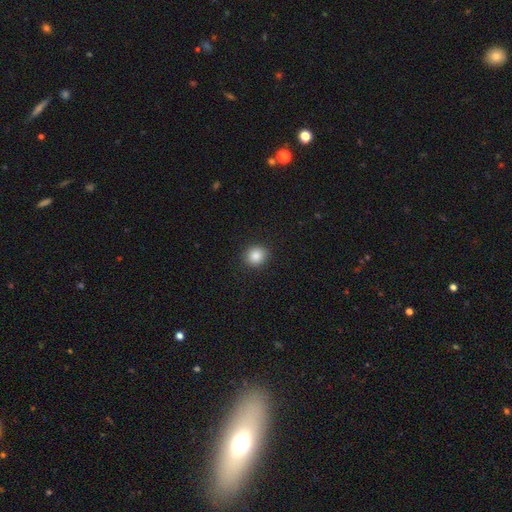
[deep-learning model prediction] Overall: smooth (86%). How rounded: round (83%). Merging: none (91%).